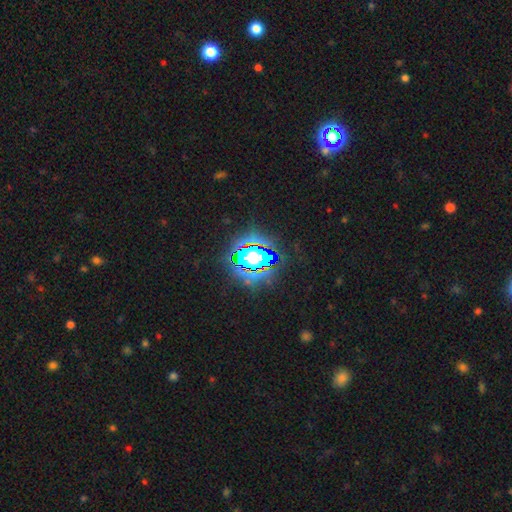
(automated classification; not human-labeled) Smooth or featured?
  - star or artifact: 81% *
  - smooth: 12%
  - featured or disk: 7%